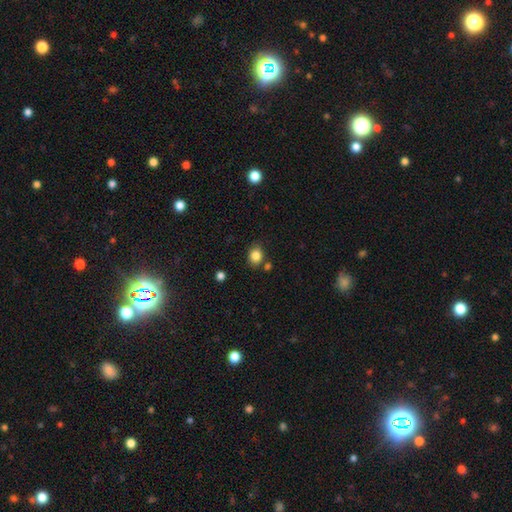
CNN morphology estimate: A smooth galaxy with no disk features (84%) that is round (59%). Merging: none (75%).